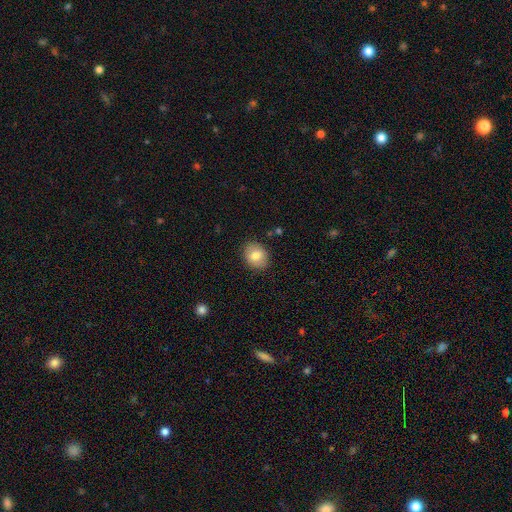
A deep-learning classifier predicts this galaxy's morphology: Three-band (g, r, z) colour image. It shows a smooth galaxy with no disk features (78%) that is round (52%). Merging: none (87%).